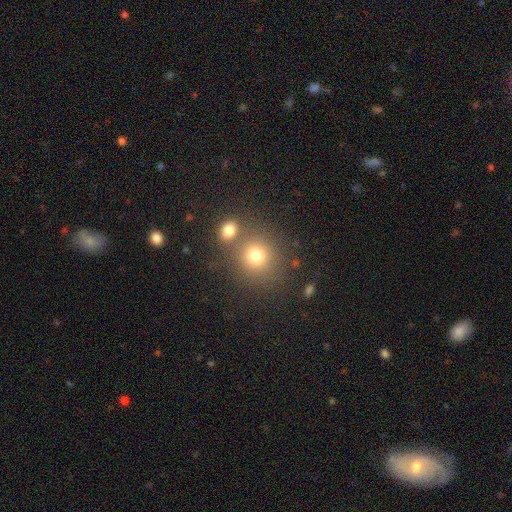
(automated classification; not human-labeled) A smooth galaxy with no disk features (76%) that is round (86%). Merging: none (67%).